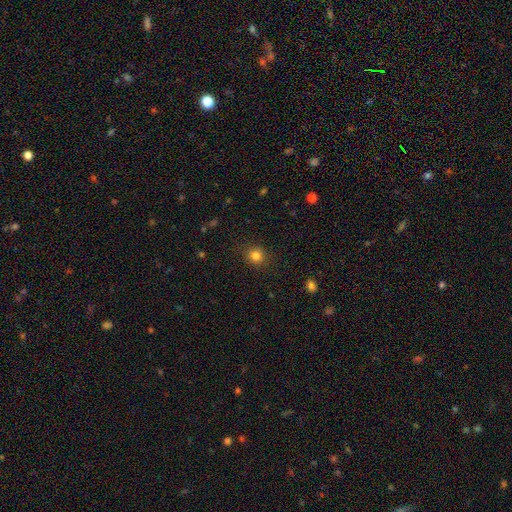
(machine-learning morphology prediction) type=smooth (81%); roundness=round (85%); merging=none (88%).